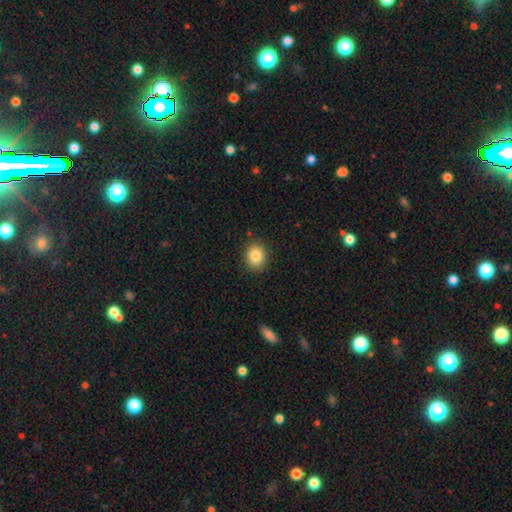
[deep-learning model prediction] Smooth or featured? smooth (84%)
How rounded? round (61%)
Merging? none (88%)